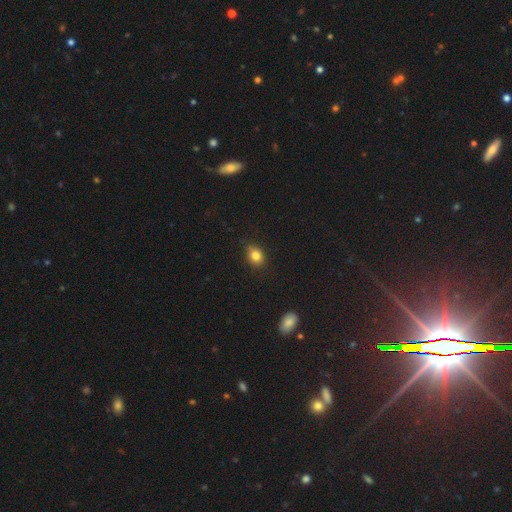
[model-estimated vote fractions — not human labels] Smooth or featured? Predicted: smooth (p=0.83). How rounded? Predicted: in between (p=0.54). Merging? Predicted: none (p=0.79).